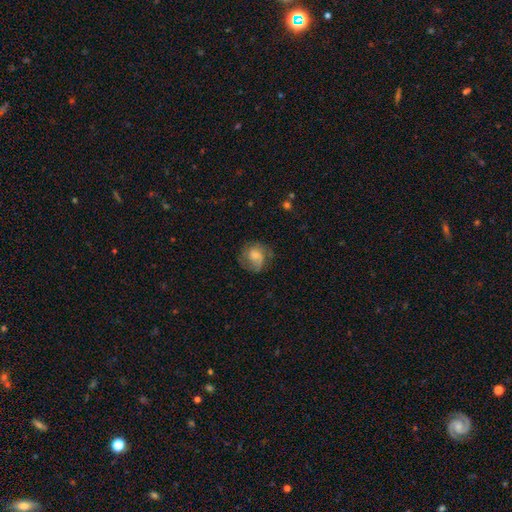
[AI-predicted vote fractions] This appears to be a smooth galaxy with no disk features (47%). Merging: none (59%).